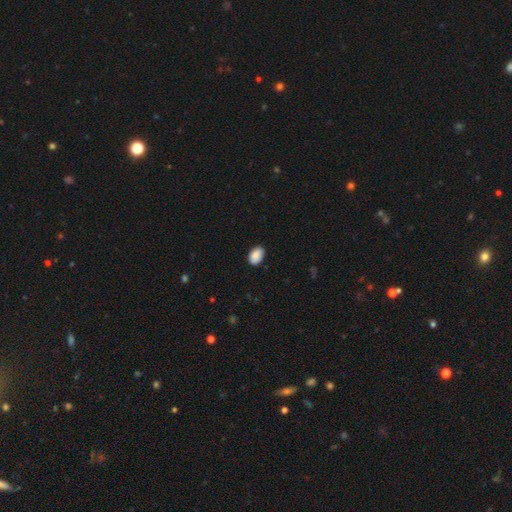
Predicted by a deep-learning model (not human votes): A smooth galaxy with no disk features (90%) that is in between round and cigar-shaped (88%).

Vote fractions:
- Smooth or featured? smooth: 90% / star or artifact: 7% / featured or disk: 3%
- How rounded? in between: 88% / round: 11% / cigar-shaped: 1%
- Merging? none: 86% / minor disturbance: 11% / major disturbance: 2% / merger: 1%